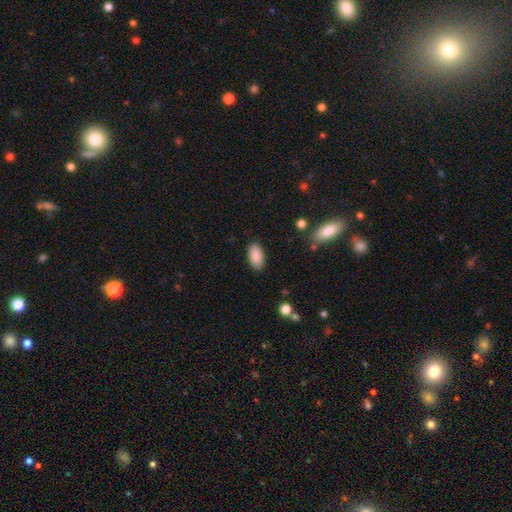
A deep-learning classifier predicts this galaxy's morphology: Q: Smooth or featured?
A: smooth (89%); runner-up: star or artifact (7%)
Q: How rounded?
A: in between (94%); runner-up: cigar-shaped (4%)
Q: Merging?
A: none (86%); runner-up: minor disturbance (10%)